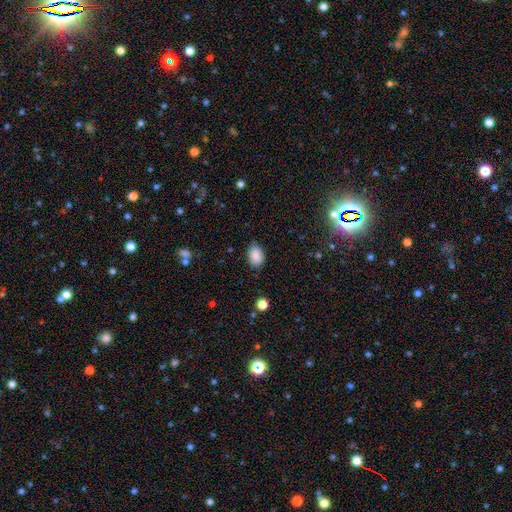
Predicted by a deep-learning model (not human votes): Smooth or featured? Predicted: smooth (p=0.88). How rounded? Predicted: in between (p=0.85). Merging? Predicted: none (p=0.81).